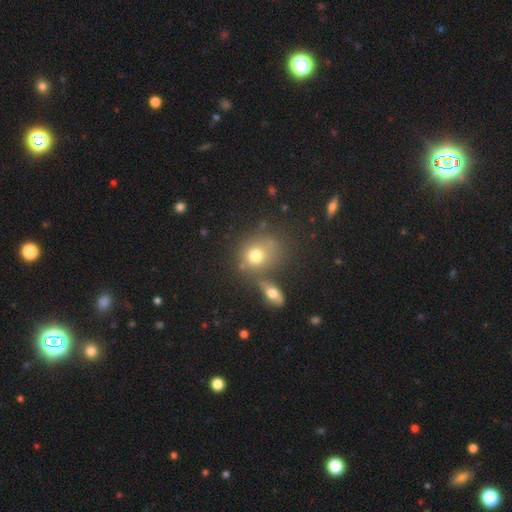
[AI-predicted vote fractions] smooth_or_featured: smooth (p=0.73) [alt: featured or disk p=0.15]
how_rounded: round (p=0.67) [alt: in between p=0.32]
merging: none (p=0.49) [alt: merger p=0.31]